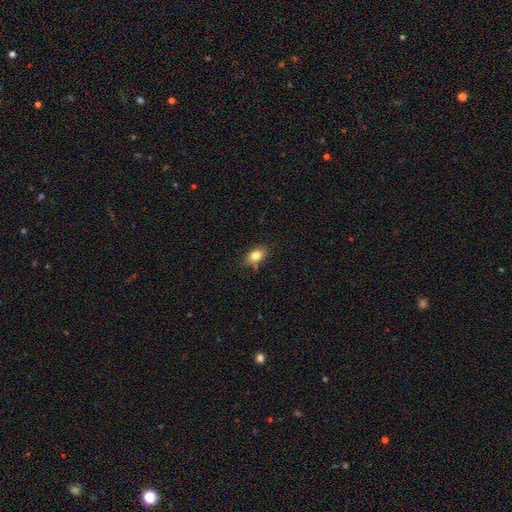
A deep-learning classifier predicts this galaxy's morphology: Overall: smooth (81%). How rounded: in between (81%). Merging: none (78%).